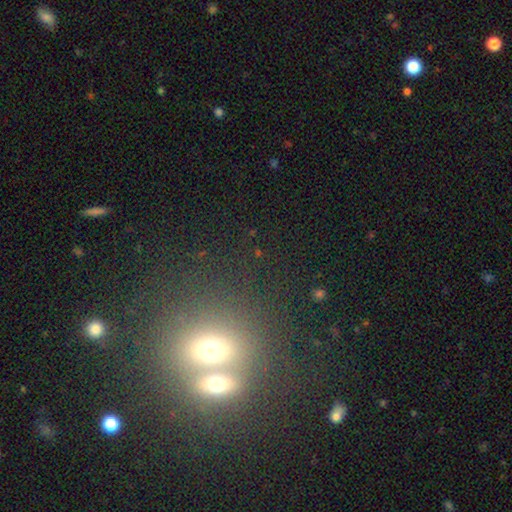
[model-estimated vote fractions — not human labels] Smooth or featured? smooth (54%)
How rounded? round (50%)
Merging? merger (53%)